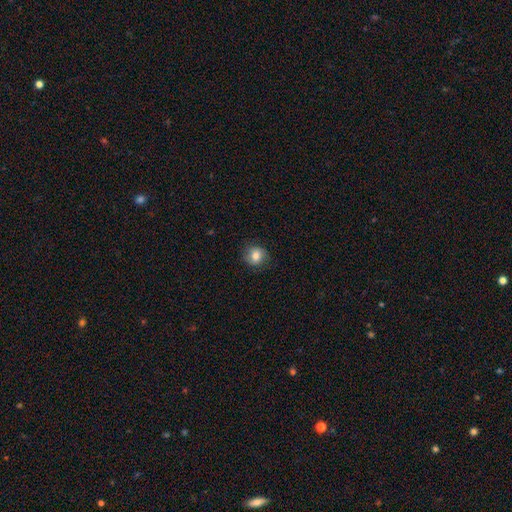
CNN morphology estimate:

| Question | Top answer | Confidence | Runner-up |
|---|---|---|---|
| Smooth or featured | smooth | 76% | featured or disk (14%) |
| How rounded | round | 80% | in between (19%) |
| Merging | none | 82% | minor disturbance (14%) |